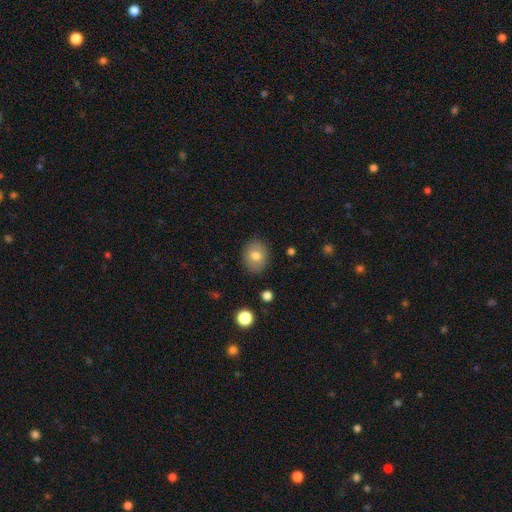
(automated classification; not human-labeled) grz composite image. It shows a smooth galaxy with no disk features (76%) that is round (56%). Merging: none (87%).